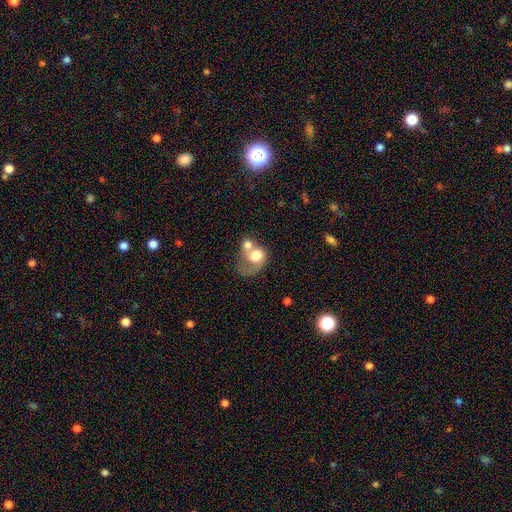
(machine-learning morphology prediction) smooth_or_featured: smooth (p=0.59) [alt: featured or disk p=0.33]
how_rounded: round (p=0.52) [alt: in between p=0.47]
merging: merger (p=0.63) [alt: major disturbance p=0.16]